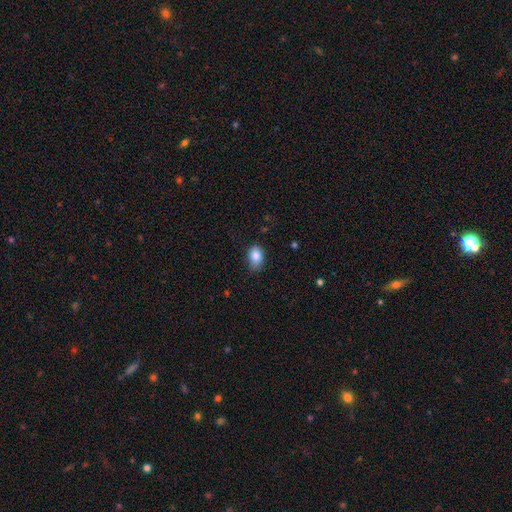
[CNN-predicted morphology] Smooth or featured? Predicted: smooth (p=0.85). How rounded? Predicted: in between (p=0.79). Merging? Predicted: none (p=0.73).